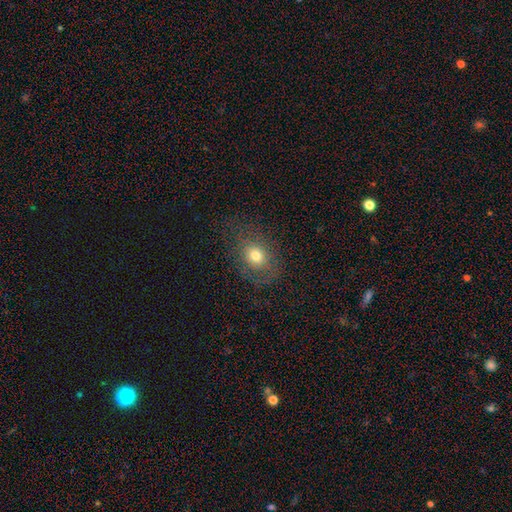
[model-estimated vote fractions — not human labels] Smooth or featured?
  - smooth: 67% *
  - featured or disk: 21%
  - star or artifact: 13%
How rounded?
  - round: 52% *
  - in between: 47%
  - cigar-shaped: 1%
Merging?
  - none: 72% *
  - minor disturbance: 17%
  - major disturbance: 11%
  - merger: 1%